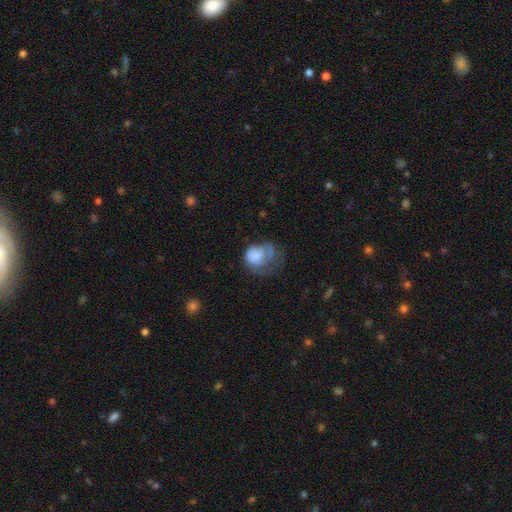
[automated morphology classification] Smooth or featured: smooth — 64% (featured or disk — 28%)
How rounded: round — 56% (in between — 44%)
Merging: major disturbance — 50% (minor disturbance — 24%)